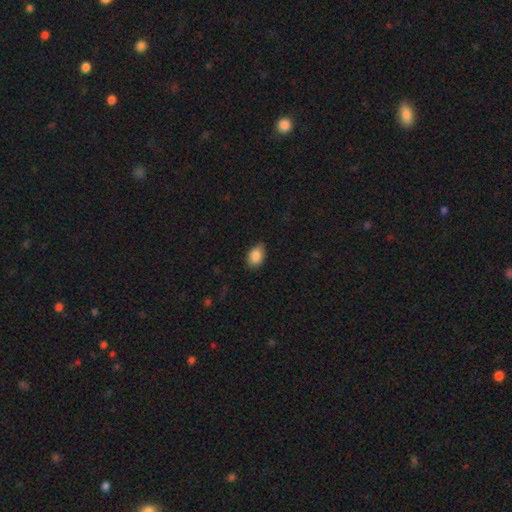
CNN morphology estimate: smooth 87%, star or artifact 8%, featured or disk 6%. Down the decision tree: how rounded — in between (82%); merging — none (75%).